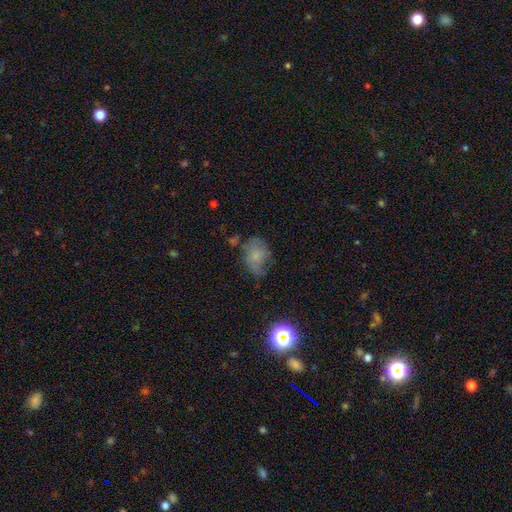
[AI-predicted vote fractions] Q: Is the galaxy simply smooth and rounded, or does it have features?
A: smooth — 59%.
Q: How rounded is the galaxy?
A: in between — 69%.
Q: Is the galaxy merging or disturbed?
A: none — 43%.